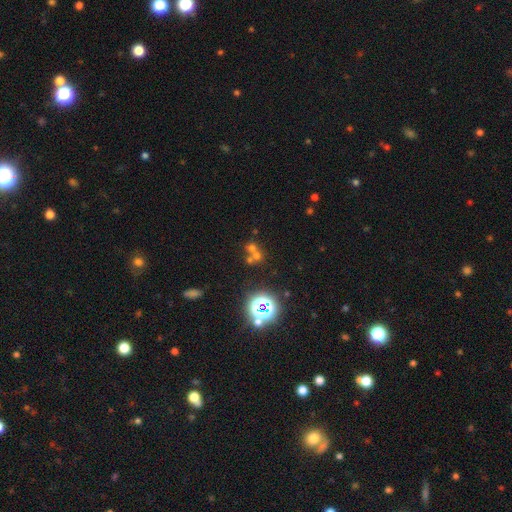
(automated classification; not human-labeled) This is marginally a smooth galaxy (44%). Merging: marginally merger (45%).